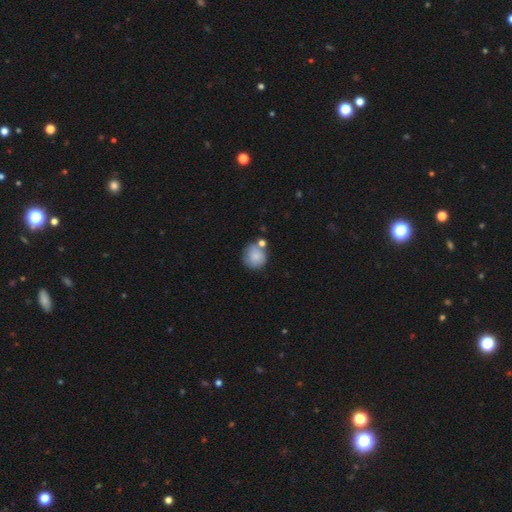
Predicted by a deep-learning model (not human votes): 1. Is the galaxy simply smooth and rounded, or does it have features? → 83% smooth, 10% featured or disk, 8% star or artifact.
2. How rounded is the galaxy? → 88% round, 11% in between, 1% cigar-shaped.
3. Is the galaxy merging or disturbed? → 61% none, 19% merger, 15% minor disturbance, 5% major disturbance.